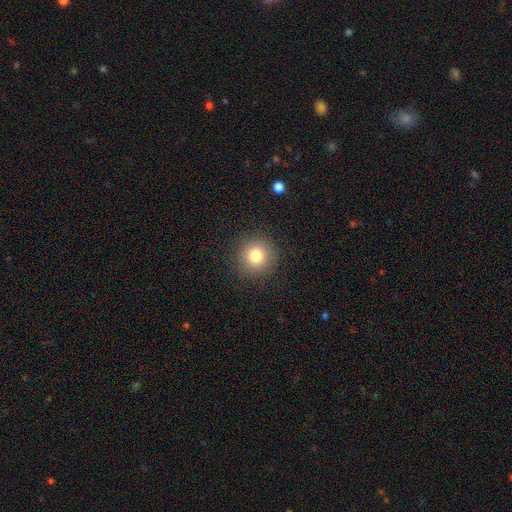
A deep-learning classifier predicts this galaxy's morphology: A smooth galaxy with no disk features (78%) that is round (94%).

Vote fractions:
- Smooth or featured? smooth: 78% / star or artifact: 12% / featured or disk: 10%
- How rounded? round: 94% / in between: 5% / cigar-shaped: 1%
- Merging? none: 90% / minor disturbance: 7% / major disturbance: 3% / merger: 1%